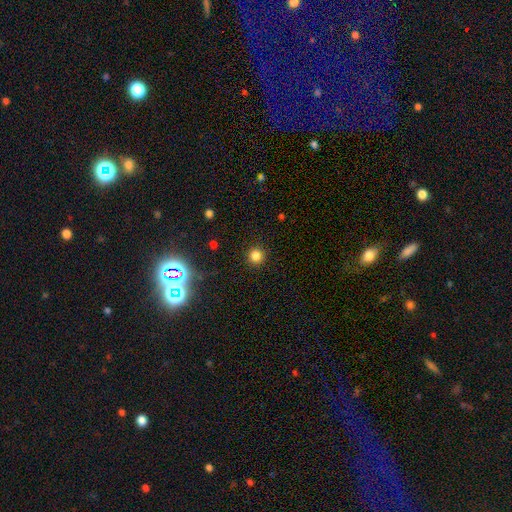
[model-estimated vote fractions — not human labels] Smooth or featured: smooth — 81% (star or artifact — 15%)
How rounded: round — 95% (in between — 5%)
Merging: none — 92% (minor disturbance — 5%)